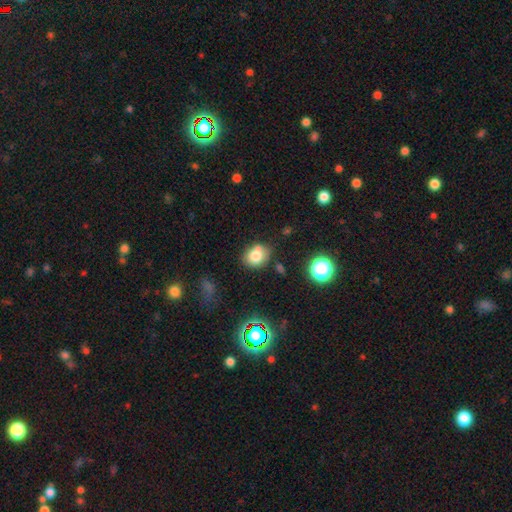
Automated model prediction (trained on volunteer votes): Q: Smooth or featured?
A: smooth (78%); runner-up: star or artifact (12%)
Q: How rounded?
A: in between (50%); runner-up: round (49%)
Q: Merging?
A: none (67%); runner-up: minor disturbance (20%)